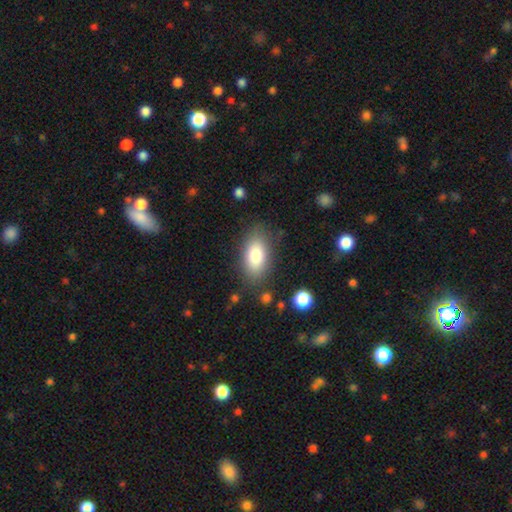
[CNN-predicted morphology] Smooth or featured: smooth — 80% (featured or disk — 13%)
How rounded: in between — 90% (round — 5%)
Merging: none — 80% (minor disturbance — 13%)